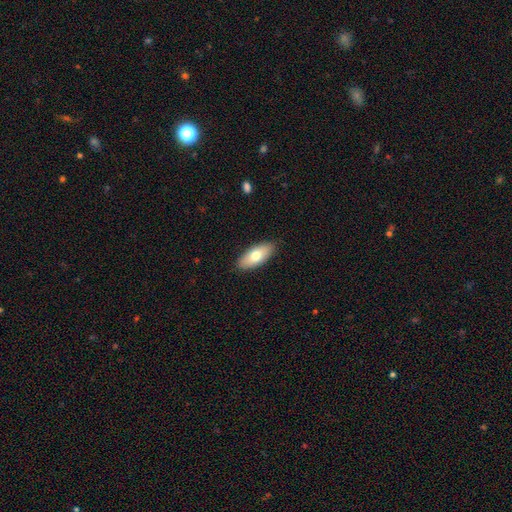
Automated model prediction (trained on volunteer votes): Overall: smooth (73%). How rounded: in between (86%). Merging: none (88%).